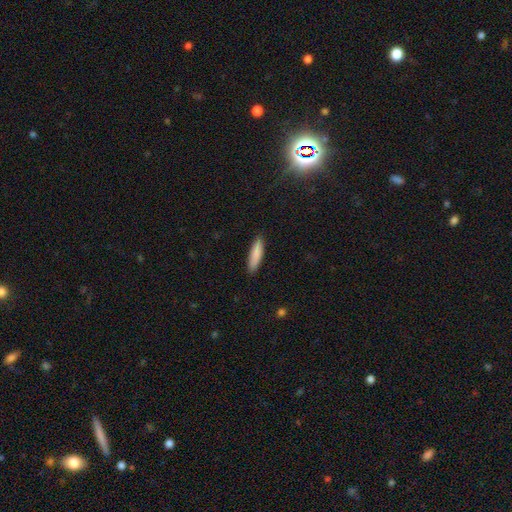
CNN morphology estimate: This appears to be a smooth galaxy with no disk features (86%) that is cigar-shaped (74%). Merging: none (89%).